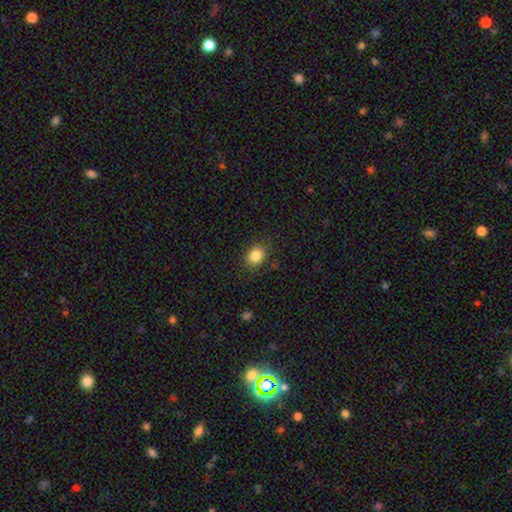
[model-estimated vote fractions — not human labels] smooth_or_featured: smooth (p=0.84) [alt: star or artifact p=0.10]
how_rounded: in between (p=0.57) [alt: round p=0.42]
merging: none (p=0.85) [alt: minor disturbance p=0.11]